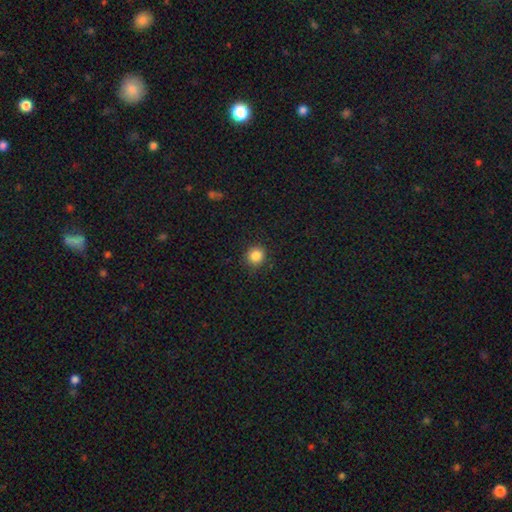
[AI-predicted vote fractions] The model was most divided on "smooth or featured": smooth: 85%, star or artifact: 11%, featured or disk: 4%. More confident: how rounded — round (90%); merging — none (88%).